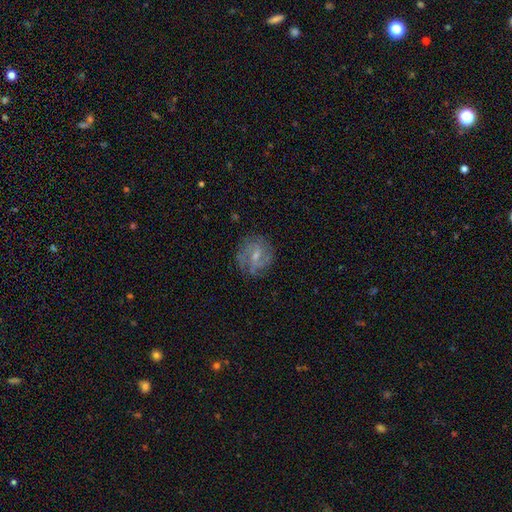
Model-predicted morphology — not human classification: This appears to be a featured or disk galaxy (68%) with a weak bar (56%), 2 (40%) medium (44%) spiral arms (85%) and a small central bulge (53%). Merging: none (71%).